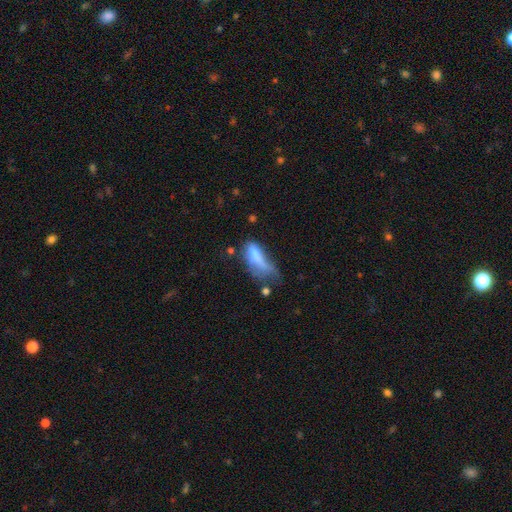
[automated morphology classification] type=smooth (64%); roundness=in between (67%); merging=major disturbance (51%).